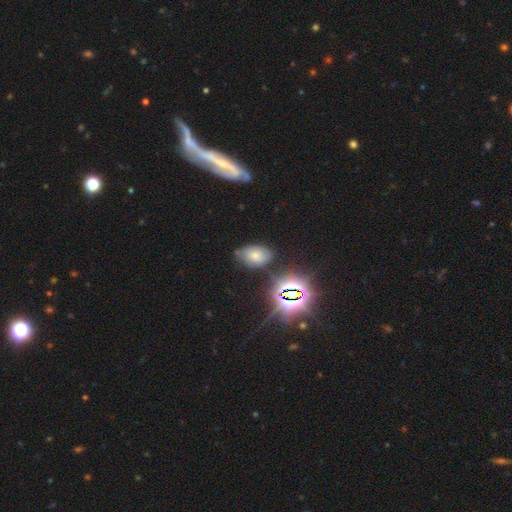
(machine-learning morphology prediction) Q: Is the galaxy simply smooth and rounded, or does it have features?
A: smooth — 59%.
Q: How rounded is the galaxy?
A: in between — 87%.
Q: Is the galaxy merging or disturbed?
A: none — 69%.